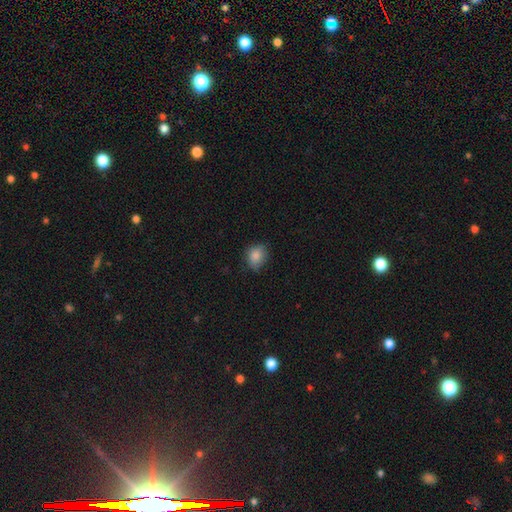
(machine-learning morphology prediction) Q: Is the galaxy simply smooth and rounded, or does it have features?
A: smooth — 86%.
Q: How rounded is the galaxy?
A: round — 57%.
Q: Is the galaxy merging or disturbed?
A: none — 71%.